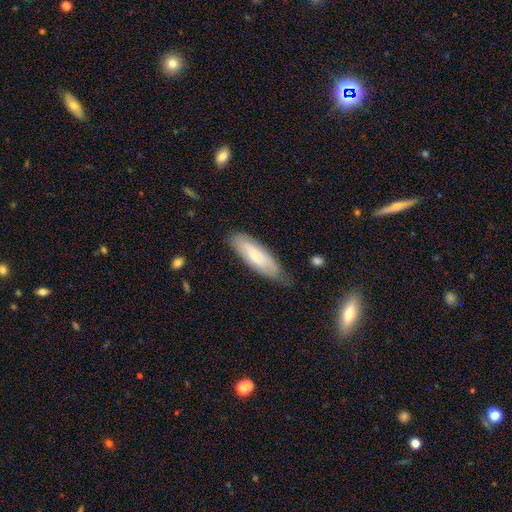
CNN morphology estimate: Smooth or featured?
  - smooth: 64% *
  - featured or disk: 30%
  - star or artifact: 6%
How rounded?
  - in between: 51% *
  - cigar-shaped: 48%
  - round: 2%
Merging?
  - none: 70% *
  - minor disturbance: 24%
  - major disturbance: 5%
  - merger: 2%